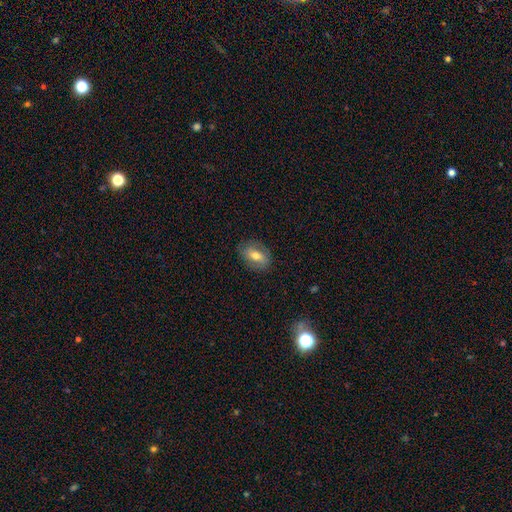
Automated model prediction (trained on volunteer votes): This is possibly a smooth galaxy (58%). How rounded: clearly in between (80%). Merging: clearly none (81%).